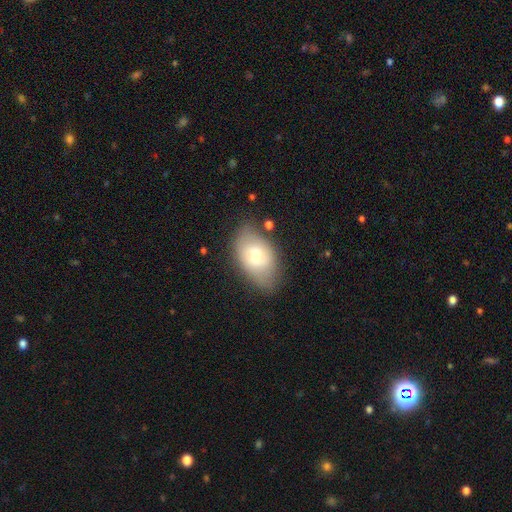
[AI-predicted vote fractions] smooth-or-featured: smooth: 67% | featured or disk: 26% | star or artifact: 7%
  how-rounded: in between: 91% | round: 7% | cigar-shaped: 2%
  merging: none: 67% | minor disturbance: 23% | major disturbance: 6% | merger: 3%